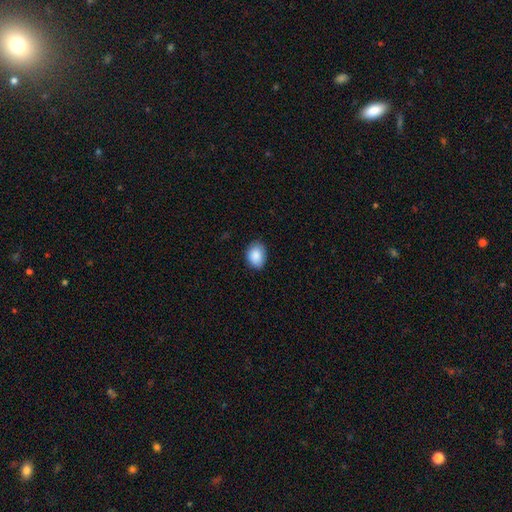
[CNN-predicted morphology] A smooth galaxy with no disk features (89%) that is in between round and cigar-shaped (68%).

Vote fractions:
- Smooth or featured? smooth: 89% / star or artifact: 7% / featured or disk: 4%
- How rounded? in between: 68% / round: 32% / cigar-shaped: 1%
- Merging? none: 81% / minor disturbance: 16% / major disturbance: 2% / merger: 1%